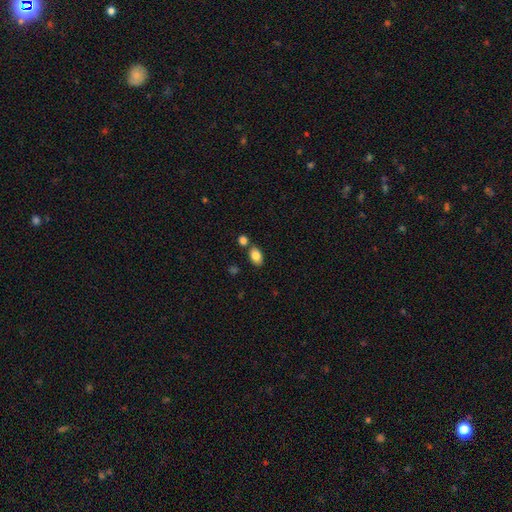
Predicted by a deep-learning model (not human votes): Overall: smooth (84%). How rounded: in between (87%). Merging: none (72%).